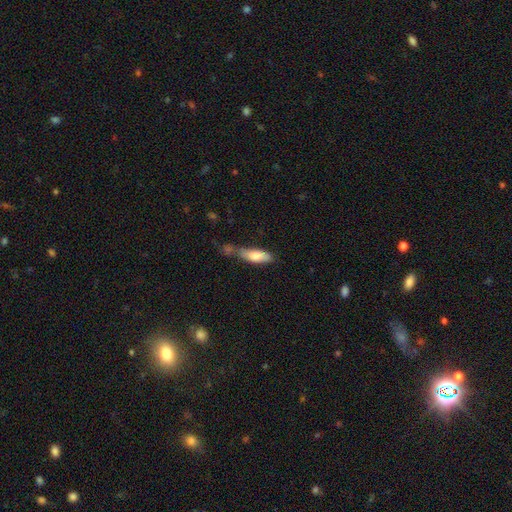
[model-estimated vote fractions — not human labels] A smooth galaxy with no disk features (75%) that is in between round and cigar-shaped (58%). Merging: none (41%).